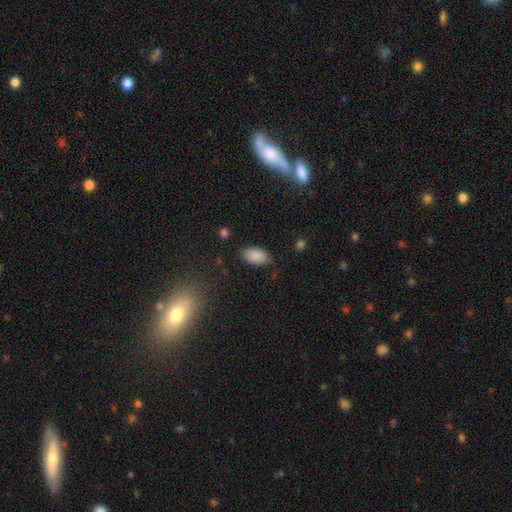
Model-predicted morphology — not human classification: The model was most divided on "merging": none: 79%, minor disturbance: 16%, major disturbance: 4%, merger: 2%. More confident: how rounded — in between (94%); smooth or featured — smooth (88%).